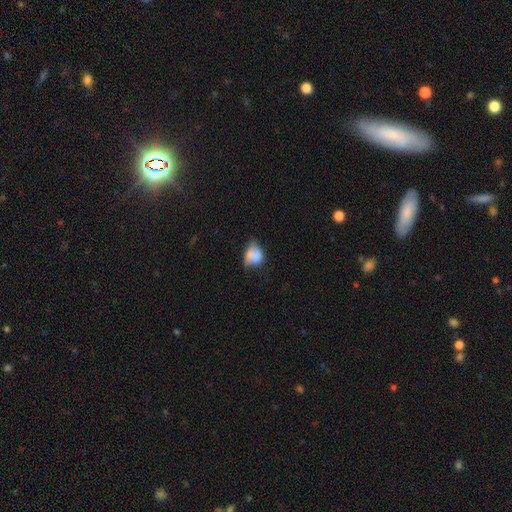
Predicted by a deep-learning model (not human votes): smooth-or-featured: smooth: 73% | featured or disk: 17% | star or artifact: 10%
  how-rounded: in between: 50% | round: 49% | cigar-shaped: 1%
  merging: minor disturbance: 40% | none: 35% | major disturbance: 17% | merger: 8%